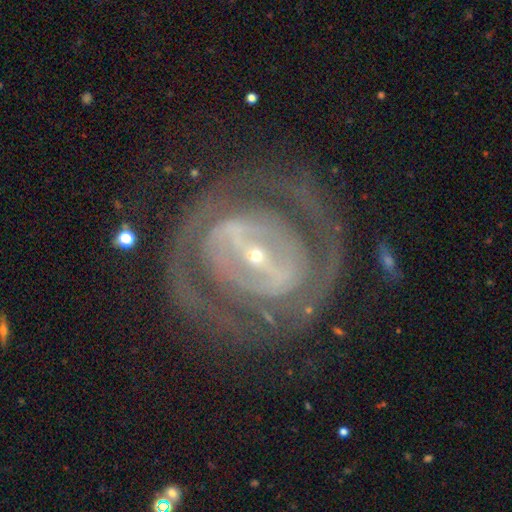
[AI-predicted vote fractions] This is clearly a featured or disk galaxy (84%). It is clearly not viewed edge-on (93%). Bar: possibly strong (60%). Spiral arm pattern: likely yes (71%). Spiral arm count: possibly 2 (49%). Spiral winding: likely tight (61%). Central bulge: likely small (77%). Merging: likely none (73%).